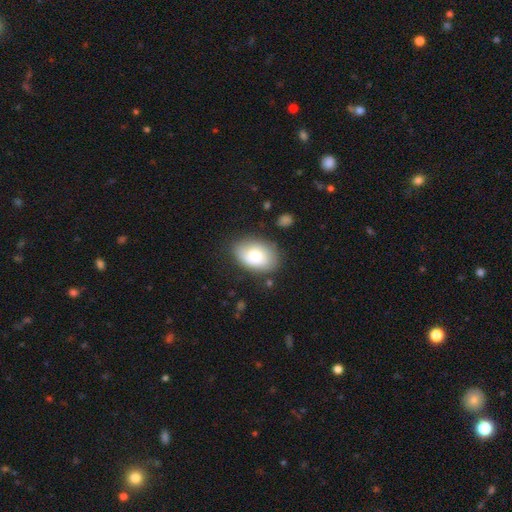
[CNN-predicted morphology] Smooth or featured? Predicted: smooth (p=0.70). How rounded? Predicted: in between (p=0.85). Merging? Predicted: none (p=0.74).